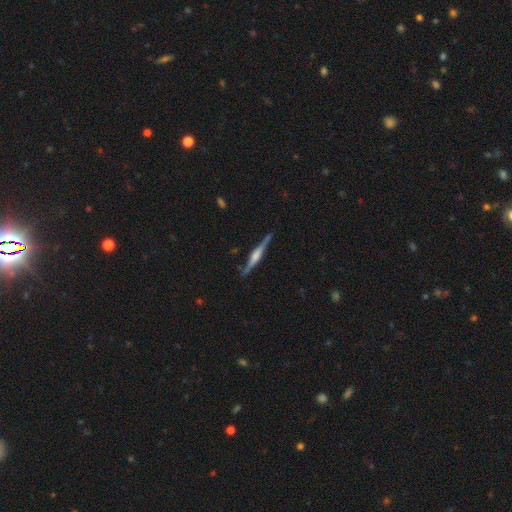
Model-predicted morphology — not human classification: A featured or disk galaxy (81%) viewed edge-on (98%) with a rounded central bulge (63%). Merging: none (88%).